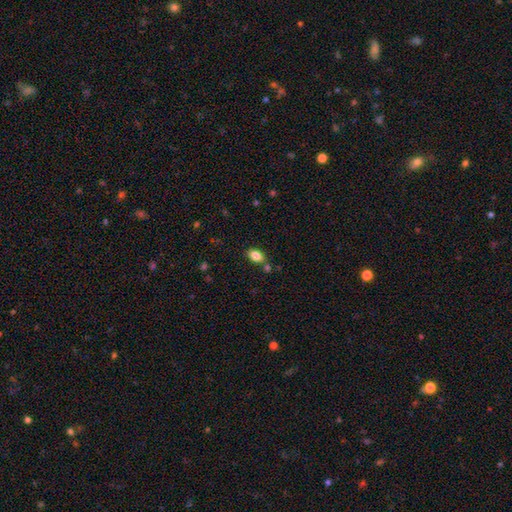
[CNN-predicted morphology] The model was most divided on "merging": none: 74%, minor disturbance: 13%, merger: 10%, major disturbance: 3%. More confident: how rounded — in between (88%); smooth or featured — smooth (83%).